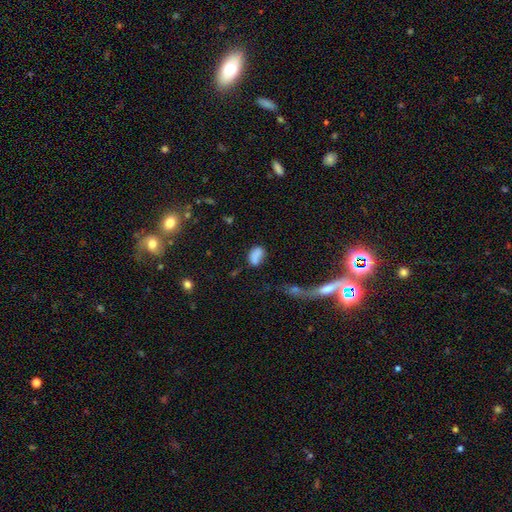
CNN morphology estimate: Smooth or featured? smooth (78%)
How rounded? in between (86%)
Merging? none (53%)